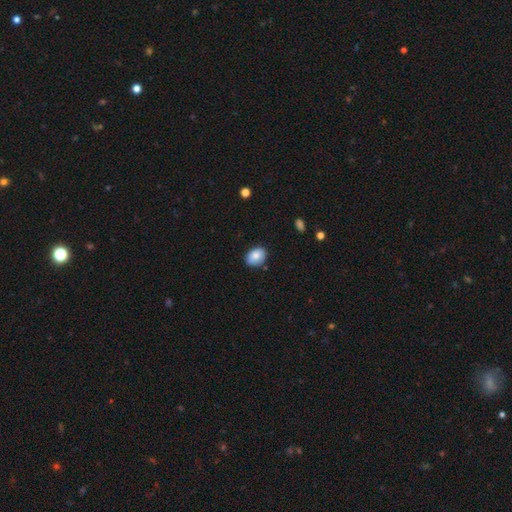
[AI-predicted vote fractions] Q: Smooth or featured?
A: smooth (85%); runner-up: featured or disk (8%)
Q: How rounded?
A: in between (77%); runner-up: round (22%)
Q: Merging?
A: none (81%); runner-up: minor disturbance (15%)